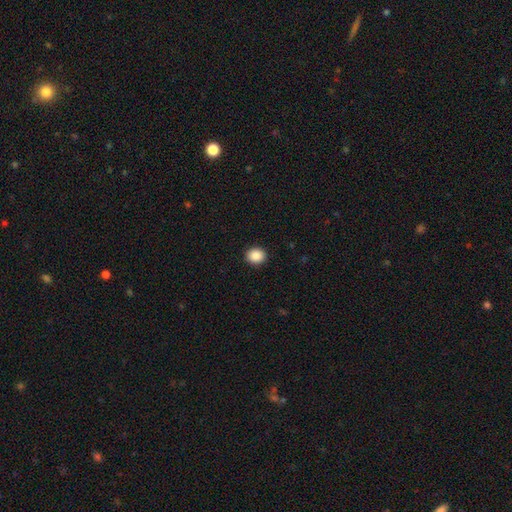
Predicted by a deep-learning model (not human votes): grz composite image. It shows a smooth galaxy with no disk features (88%) that is round (75%). Merging: none (92%).